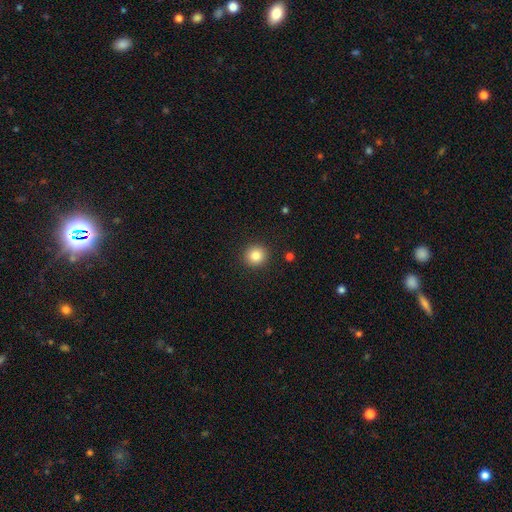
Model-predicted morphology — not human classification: Q: Smooth or featured?
A: smooth (84%); runner-up: star or artifact (10%)
Q: How rounded?
A: round (93%); runner-up: in between (6%)
Q: Merging?
A: none (92%); runner-up: minor disturbance (5%)